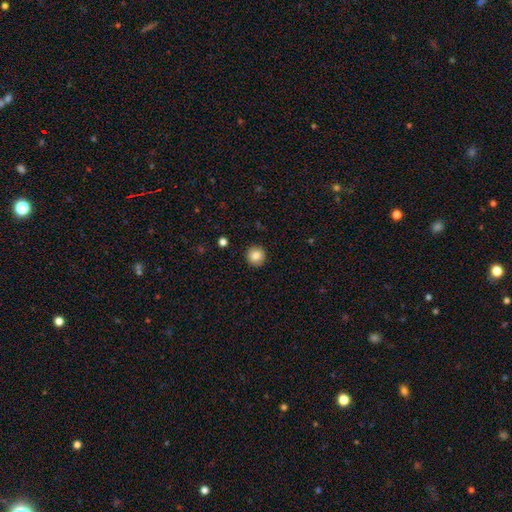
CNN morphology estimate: A smooth galaxy with no disk features (86%) that is round (94%).

Vote fractions:
- Smooth or featured? smooth: 86% / star or artifact: 9% / featured or disk: 5%
- How rounded? round: 94% / in between: 5% / cigar-shaped: 1%
- Merging? none: 92% / minor disturbance: 5% / major disturbance: 2% / merger: 1%